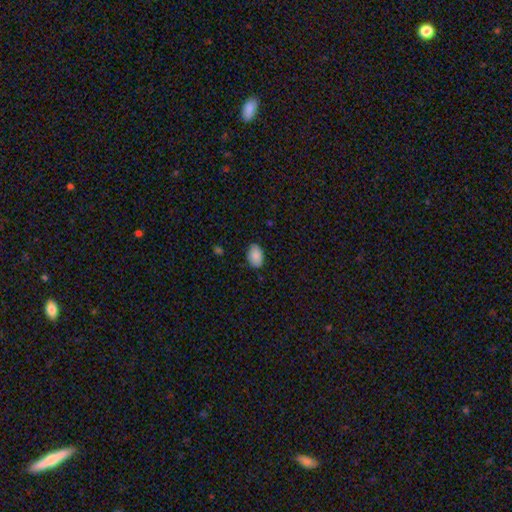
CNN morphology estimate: smooth 89%, star or artifact 7%, featured or disk 4%. Down the decision tree: how rounded — in between (89%); merging — none (84%).